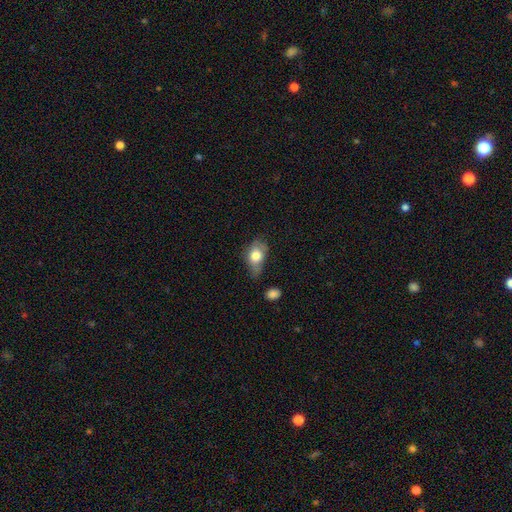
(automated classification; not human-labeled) This appears to be a smooth galaxy with no disk features (72%) that is in between round and cigar-shaped (79%). Merging: minor disturbance (38%).